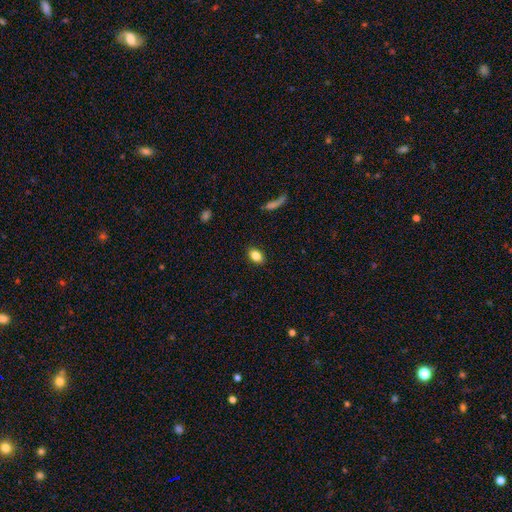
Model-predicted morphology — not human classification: A smooth galaxy with no disk features (84%) that is in between round and cigar-shaped (82%). Merging: none (88%).